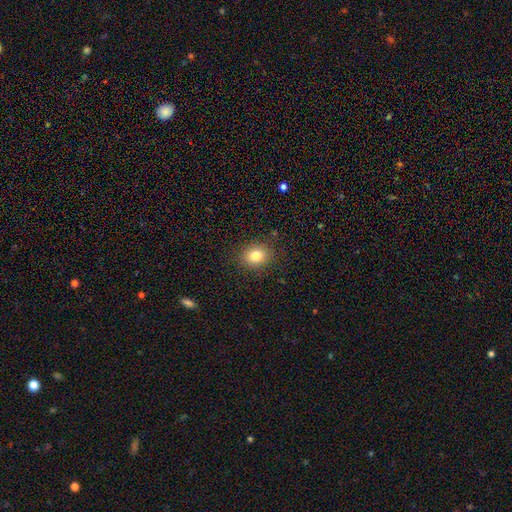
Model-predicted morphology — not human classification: smooth-or-featured: smooth: 81% | star or artifact: 11% | featured or disk: 8%
  how-rounded: round: 63% | in between: 36% | cigar-shaped: 1%
  merging: none: 88% | minor disturbance: 8% | major disturbance: 3% | merger: 1%